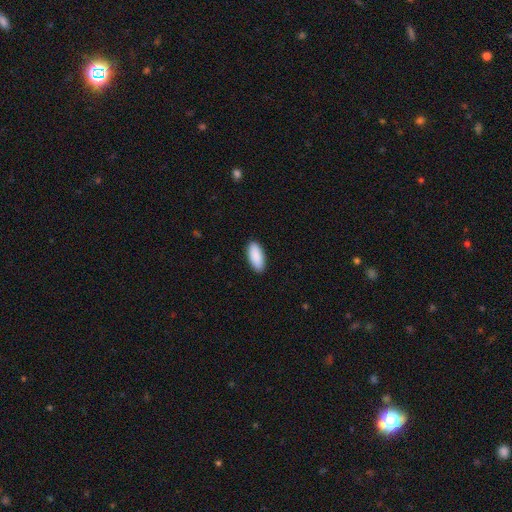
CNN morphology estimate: smooth 91%, star or artifact 6%, featured or disk 3%. Down the decision tree: how rounded — in between (88%); merging — none (90%).